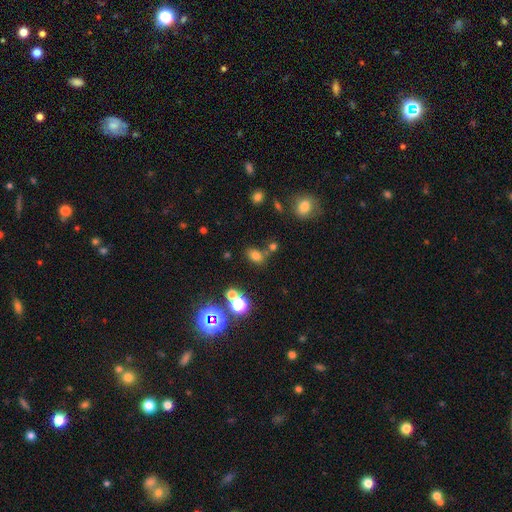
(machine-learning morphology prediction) Smooth or featured?
  - smooth: 68% *
  - star or artifact: 22%
  - featured or disk: 9%
How rounded?
  - in between: 74% *
  - round: 24%
  - cigar-shaped: 2%
Merging?
  - none: 65% *
  - merger: 16%
  - minor disturbance: 13%
  - major disturbance: 5%